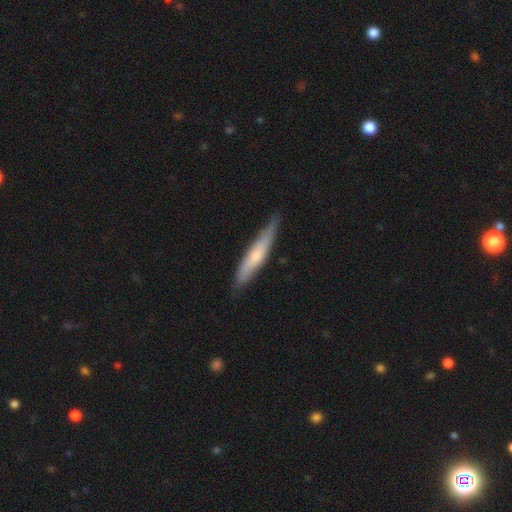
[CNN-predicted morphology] Smooth or featured: smooth — 56% (featured or disk — 39%)
How rounded: cigar-shaped — 90% (in between — 9%)
Merging: none — 79% (minor disturbance — 17%)